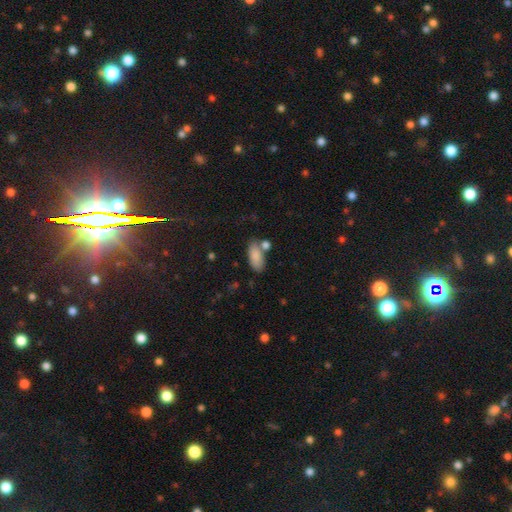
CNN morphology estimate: A smooth galaxy with no disk features (85%) that is in between round and cigar-shaped (89%).

Vote fractions:
- Smooth or featured? smooth: 85% / featured or disk: 8% / star or artifact: 7%
- How rounded? in between: 89% / cigar-shaped: 8% / round: 3%
- Merging? none: 60% / merger: 20% / minor disturbance: 15% / major disturbance: 5%